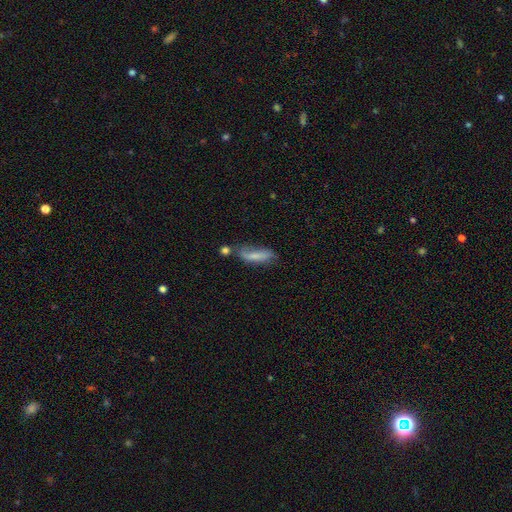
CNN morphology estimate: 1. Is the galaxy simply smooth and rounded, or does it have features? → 63% smooth, 29% featured or disk, 8% star or artifact.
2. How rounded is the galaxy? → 58% cigar-shaped, 40% in between, 3% round.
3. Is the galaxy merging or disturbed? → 41% none, 29% minor disturbance, 15% major disturbance, 15% merger.